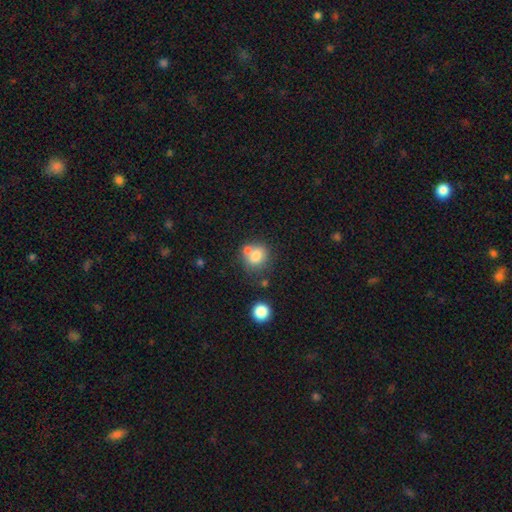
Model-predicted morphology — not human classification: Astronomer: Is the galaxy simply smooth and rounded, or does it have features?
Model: smooth — 76%.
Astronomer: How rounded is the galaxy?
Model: round — 69%.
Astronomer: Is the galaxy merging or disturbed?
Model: none — 48% (runner-up: merger, 33%).